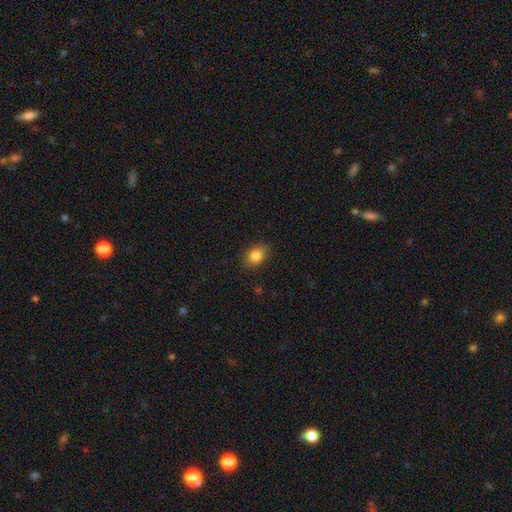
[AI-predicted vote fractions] The model was most divided on "how rounded": in between: 64%, round: 35%, cigar-shaped: 1%. More confident: merging — none (86%); smooth or featured — smooth (83%).